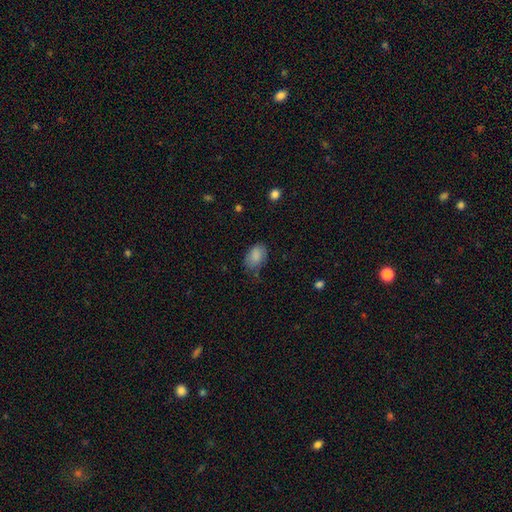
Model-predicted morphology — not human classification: Q: Smooth or featured?
A: smooth (86%); runner-up: star or artifact (8%)
Q: How rounded?
A: in between (85%); runner-up: round (14%)
Q: Merging?
A: none (62%); runner-up: minor disturbance (29%)